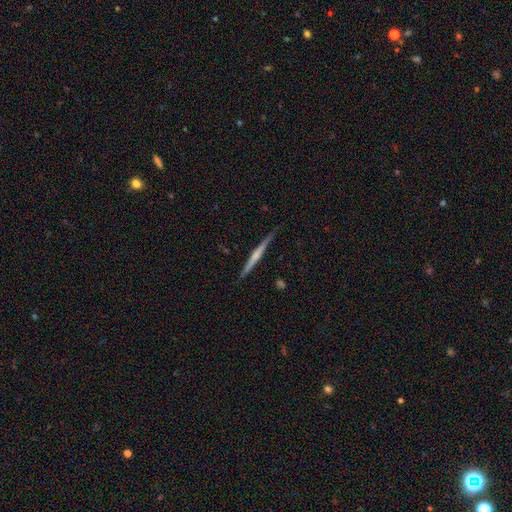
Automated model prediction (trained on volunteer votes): Q: Smooth or featured?
A: featured or disk (65%); runner-up: smooth (29%)
Q: Edge-on disk?
A: yes (98%); runner-up: no (2%)
Q: Edge-on bulge?
A: rounded (47%); runner-up: none (42%)
Q: Merging?
A: none (88%); runner-up: minor disturbance (9%)